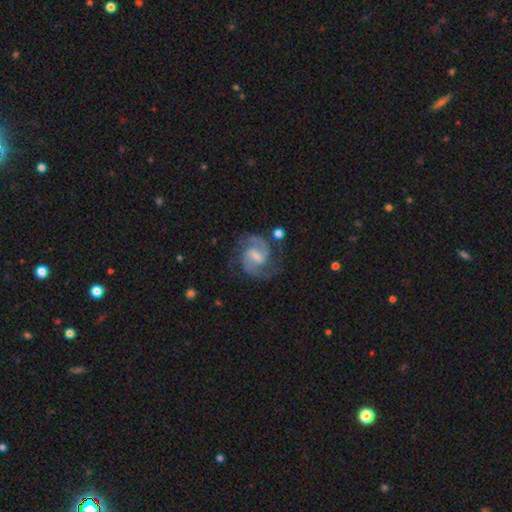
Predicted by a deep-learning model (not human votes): This appears to be a featured or disk galaxy (91%) with a weak bar (55%), 2 (91%) medium (63%) spiral arms (98%) and a small central bulge (40%). Merging: none (77%).